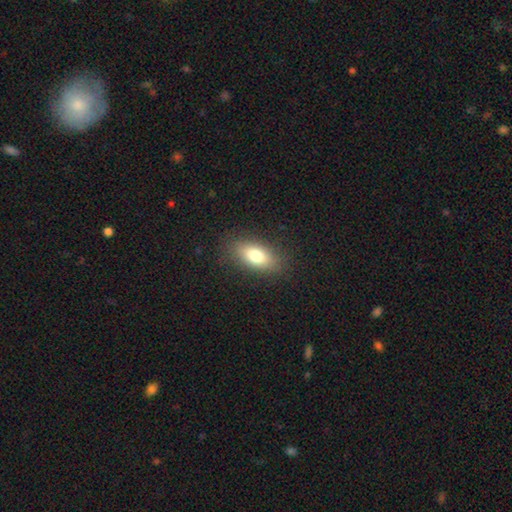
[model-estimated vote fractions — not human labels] Q: Smooth or featured?
A: smooth (77%); runner-up: featured or disk (14%)
Q: How rounded?
A: in between (84%); runner-up: cigar-shaped (10%)
Q: Merging?
A: none (85%); runner-up: minor disturbance (11%)